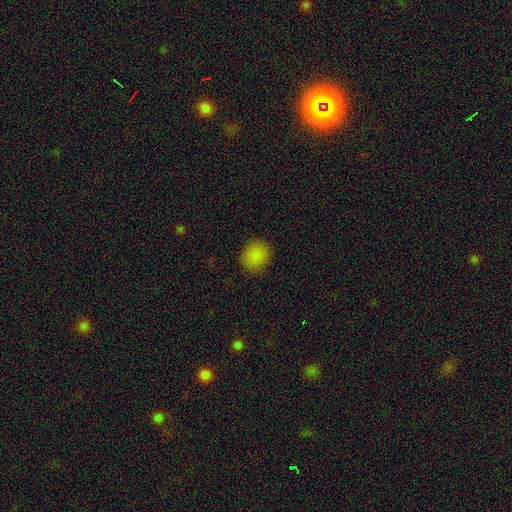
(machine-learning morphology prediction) Q: Smooth or featured?
A: smooth (85%); runner-up: star or artifact (11%)
Q: How rounded?
A: round (76%); runner-up: in between (23%)
Q: Merging?
A: none (88%); runner-up: minor disturbance (8%)